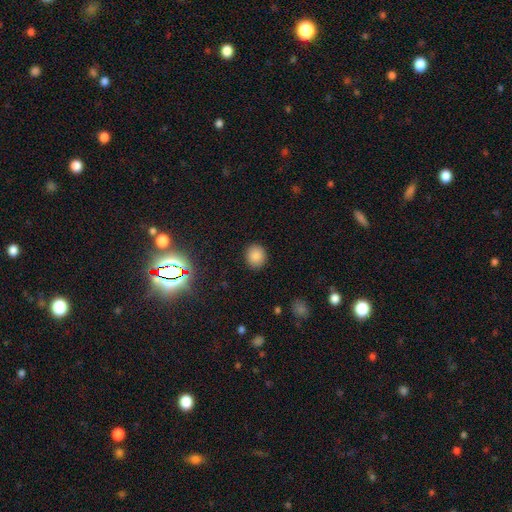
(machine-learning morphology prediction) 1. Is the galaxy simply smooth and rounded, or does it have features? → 85% smooth, 11% star or artifact, 4% featured or disk.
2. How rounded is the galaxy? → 81% round, 18% in between, 1% cigar-shaped.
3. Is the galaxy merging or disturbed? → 90% none, 7% minor disturbance, 2% major disturbance, 1% merger.